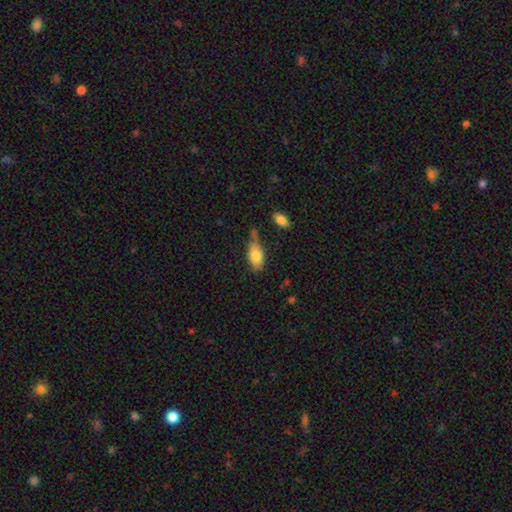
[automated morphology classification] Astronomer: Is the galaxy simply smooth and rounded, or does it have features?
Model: smooth — 78%.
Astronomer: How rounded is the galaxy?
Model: in between — 87%.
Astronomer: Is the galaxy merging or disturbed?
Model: none — 55%.